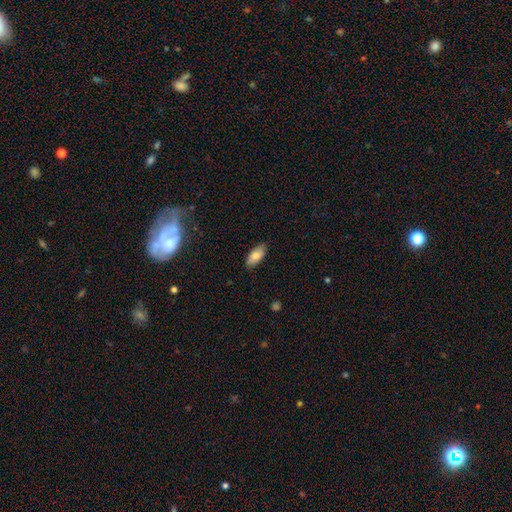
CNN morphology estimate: Overall: smooth (80%). How rounded: in between (88%). Merging: none (83%).